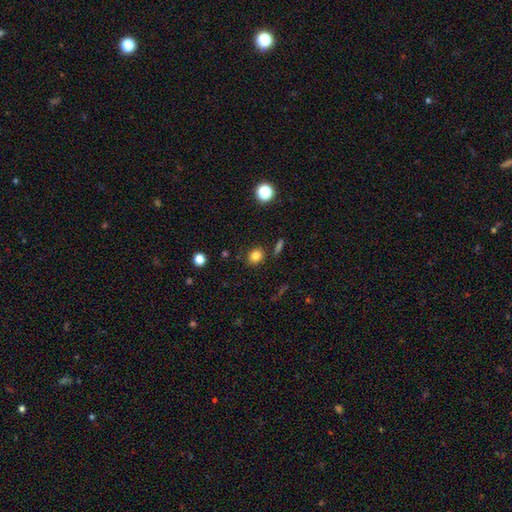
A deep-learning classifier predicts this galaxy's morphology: A smooth galaxy with no disk features (81%) that is round (65%).

Vote fractions:
- Smooth or featured? smooth: 81% / star or artifact: 12% / featured or disk: 6%
- How rounded? round: 65% / in between: 34% / cigar-shaped: 1%
- Merging? none: 84% / minor disturbance: 10% / merger: 3% / major disturbance: 3%